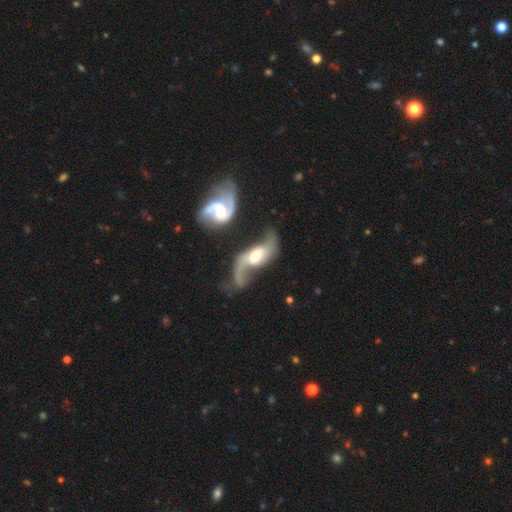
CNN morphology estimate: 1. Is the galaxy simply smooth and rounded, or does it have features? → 82% featured or disk, 12% smooth, 5% star or artifact.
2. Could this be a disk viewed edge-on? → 94% no, 6% yes.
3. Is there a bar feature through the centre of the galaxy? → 42% weak, 36% no, 21% strong.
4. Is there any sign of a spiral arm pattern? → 92% yes, 8% no.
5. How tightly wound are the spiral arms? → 75% loose, 20% medium, 5% tight.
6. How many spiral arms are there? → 85% 2, 8% 1, 4% can't tell, 1% 3, 1% 4, 1% more than 4.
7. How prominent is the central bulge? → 58% moderate, 21% large, 16% small, 2% dominant, 2% none.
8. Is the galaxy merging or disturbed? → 33% none, 31% merger, 21% major disturbance, 15% minor disturbance.